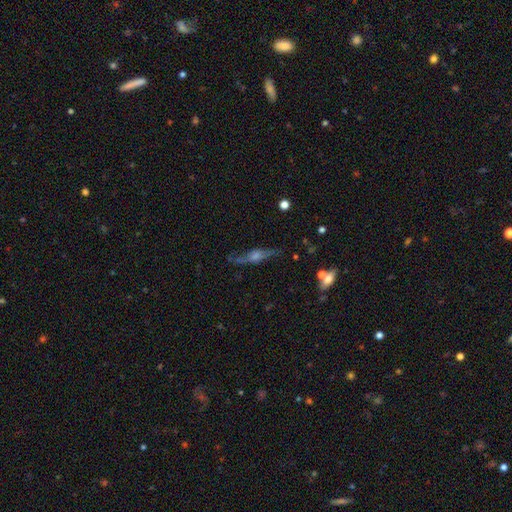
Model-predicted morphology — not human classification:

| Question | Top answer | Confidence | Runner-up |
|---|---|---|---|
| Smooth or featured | featured or disk | 75% | smooth (14%) |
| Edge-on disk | yes | 84% | no (16%) |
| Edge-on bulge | rounded | 81% | boxy (14%) |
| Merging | none | 75% | minor disturbance (16%) |